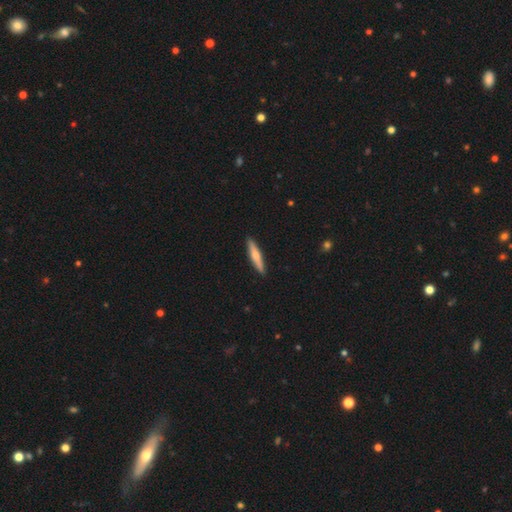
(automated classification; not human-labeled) A smooth galaxy with no disk features (54%) that is cigar-shaped (91%).

Vote fractions:
- Smooth or featured? smooth: 54% / featured or disk: 41% / star or artifact: 5%
- How rounded? cigar-shaped: 91% / in between: 8% / round: 2%
- Merging? none: 91% / minor disturbance: 6% / major disturbance: 1% / merger: 1%